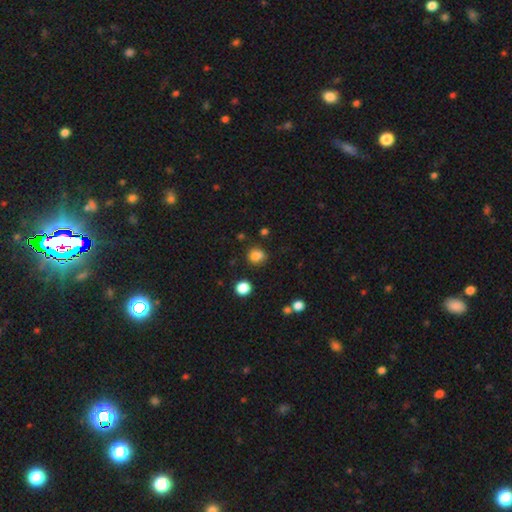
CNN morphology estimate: This is clearly a smooth galaxy (83%). How rounded: likely round (67%). Merging: likely none (78%).